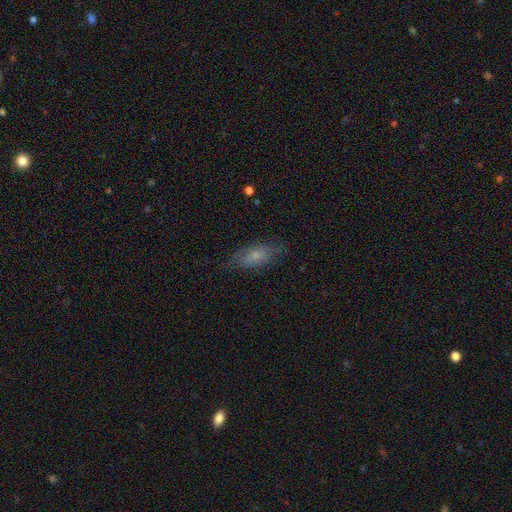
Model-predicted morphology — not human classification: Overall: smooth (63%; featured or disk 28%). How rounded: in between (76%). Merging: none (73%).